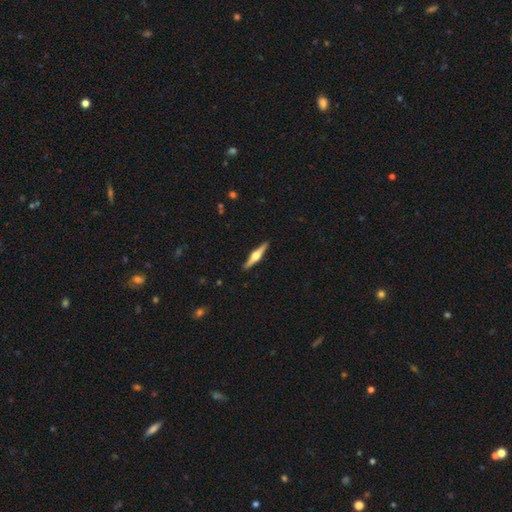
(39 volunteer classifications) Smooth or featured? featured or disk (90%)
Edge-on disk? yes (100%)
Edge-on bulge? rounded (94%)
Merging? none (89%)